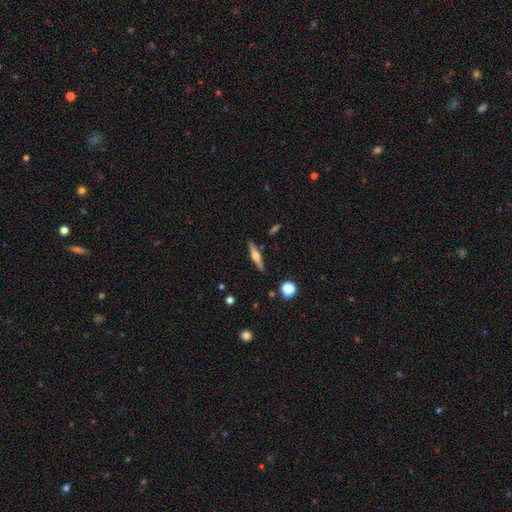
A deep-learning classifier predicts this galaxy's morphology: A featured or disk galaxy (63%) viewed edge-on (96%) with a rounded central bulge (93%).

Vote fractions:
- Smooth or featured? featured or disk: 63% / smooth: 30% / star or artifact: 7%
- Edge-on disk? yes: 96% / no: 4%
- Edge-on bulge? rounded: 93% / boxy: 4% / none: 3%
- Merging? none: 89% / minor disturbance: 8% / merger: 2% / major disturbance: 2%